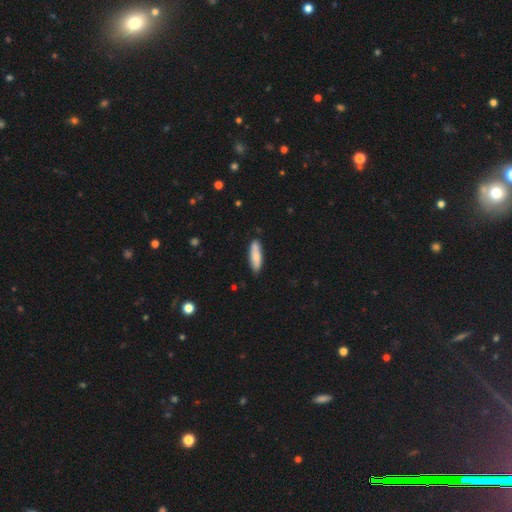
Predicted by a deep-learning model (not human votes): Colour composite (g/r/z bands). It shows a smooth galaxy with no disk features (78%) that is cigar-shaped (62%). Merging: none (84%).